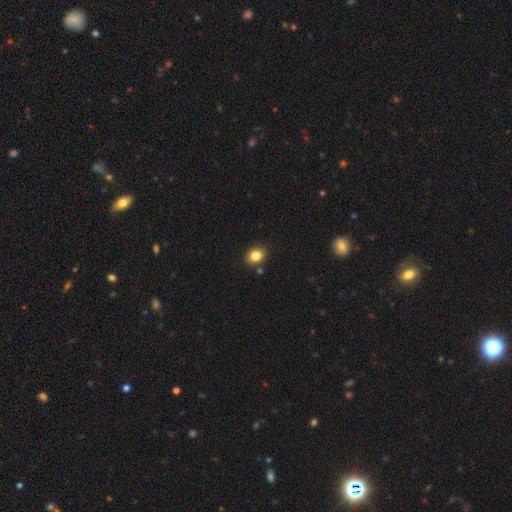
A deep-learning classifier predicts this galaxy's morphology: smooth-or-featured: smooth: 84% | star or artifact: 11% | featured or disk: 6%
  how-rounded: round: 57% | in between: 43% | cigar-shaped: 1%
  merging: none: 85% | minor disturbance: 9% | merger: 4% | major disturbance: 2%